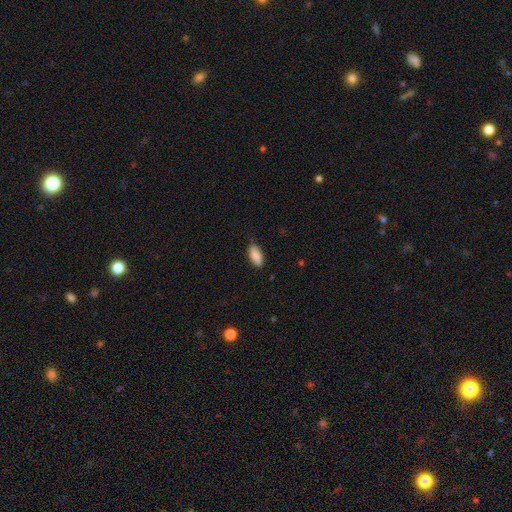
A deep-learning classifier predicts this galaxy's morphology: This appears to be a smooth galaxy with no disk features (87%) that is in between round and cigar-shaped (87%). Merging: none (79%).